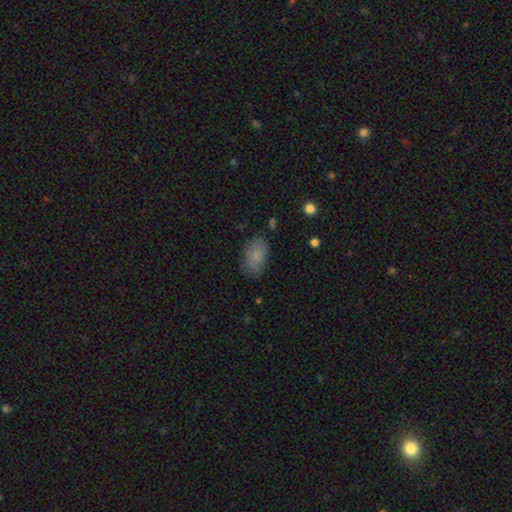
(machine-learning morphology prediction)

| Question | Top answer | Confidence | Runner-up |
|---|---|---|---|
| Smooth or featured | smooth | 82% | featured or disk (10%) |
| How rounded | in between | 92% | round (5%) |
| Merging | none | 78% | minor disturbance (16%) |